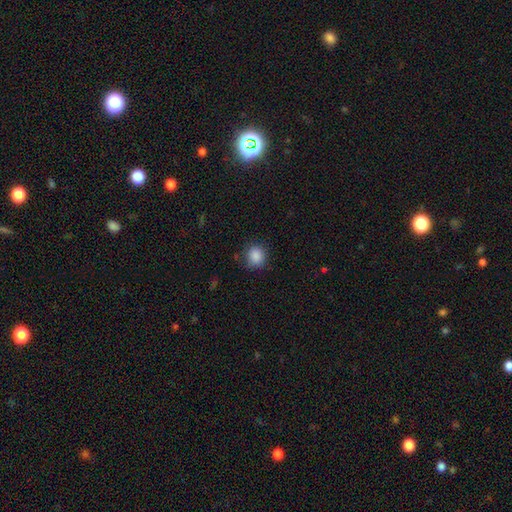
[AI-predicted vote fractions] This appears to be a smooth galaxy with no disk features (88%) that is round (85%). Merging: none (84%).